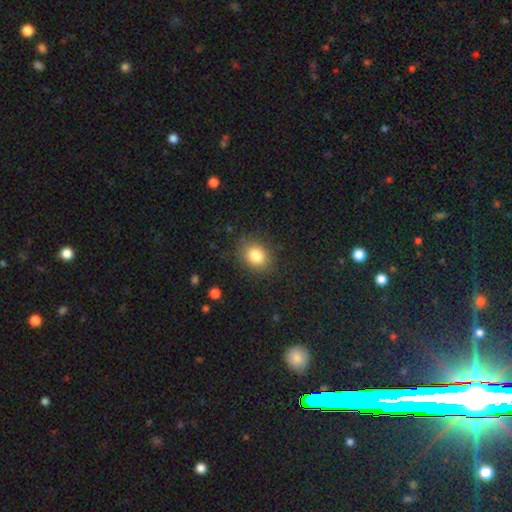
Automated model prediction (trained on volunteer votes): This is clearly a smooth galaxy (83%). How rounded: possibly round (55%). Merging: clearly none (85%).